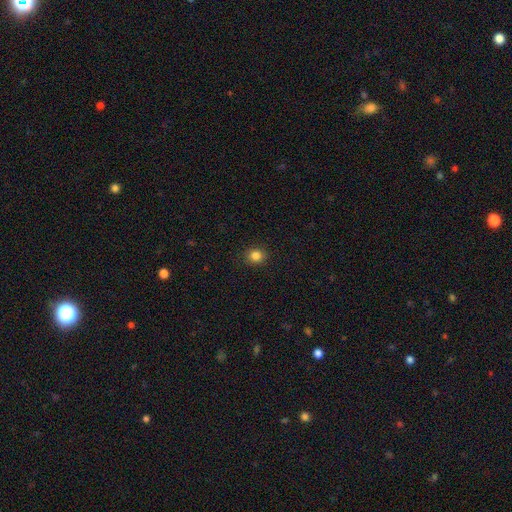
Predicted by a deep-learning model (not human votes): Smooth or featured? smooth (84%)
How rounded? round (82%)
Merging? none (91%)